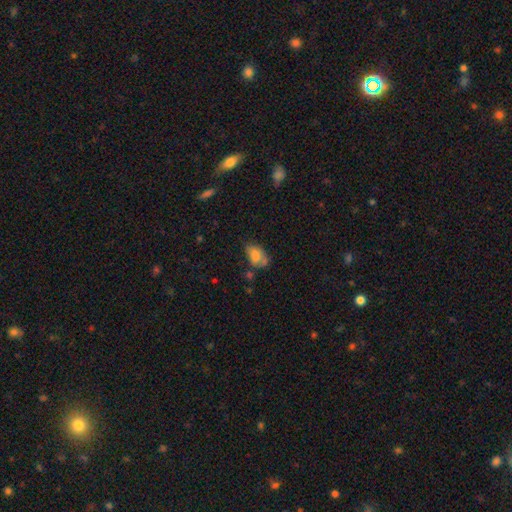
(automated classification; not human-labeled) This is likely a smooth galaxy (70%). How rounded: clearly in between (86%). Merging: marginally none (38%).